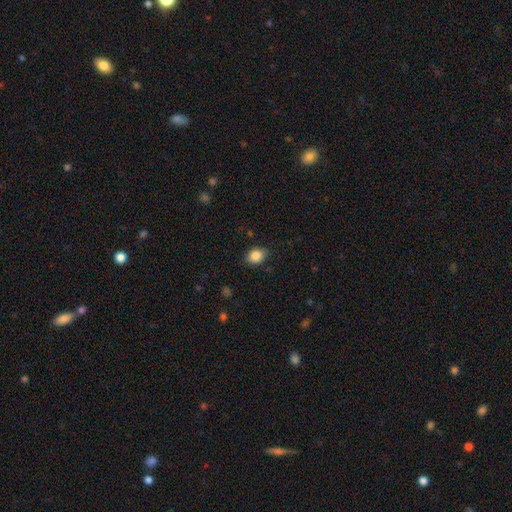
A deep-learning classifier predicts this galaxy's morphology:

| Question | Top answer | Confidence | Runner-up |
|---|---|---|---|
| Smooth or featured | smooth | 85% | star or artifact (9%) |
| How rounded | in between | 62% | round (37%) |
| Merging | none | 83% | minor disturbance (13%) |